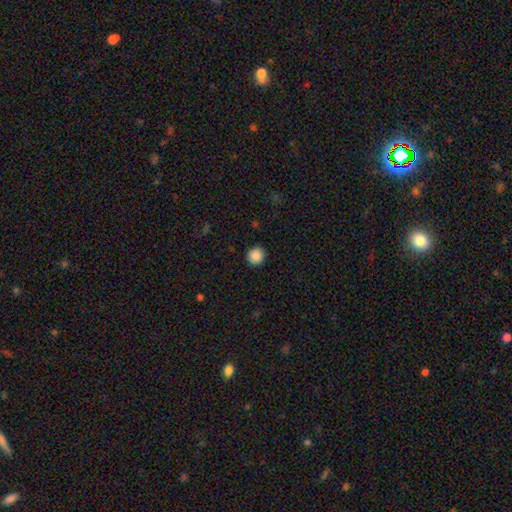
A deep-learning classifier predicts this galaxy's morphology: Q: Smooth or featured?
A: smooth (88%); runner-up: star or artifact (9%)
Q: How rounded?
A: round (92%); runner-up: in between (7%)
Q: Merging?
A: none (92%); runner-up: minor disturbance (5%)